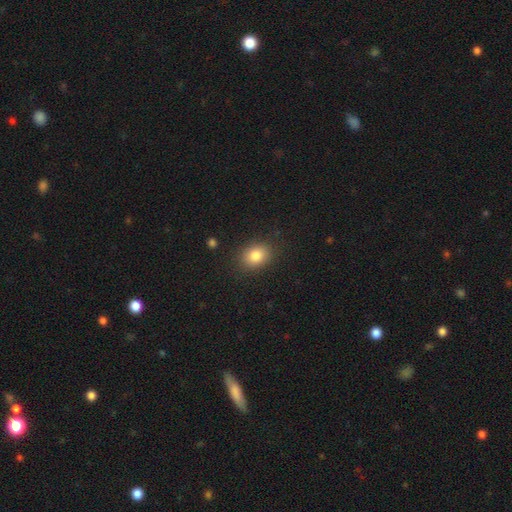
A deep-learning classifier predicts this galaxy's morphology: Smooth or featured?
  - smooth: 83% *
  - star or artifact: 10%
  - featured or disk: 7%
How rounded?
  - in between: 60% *
  - round: 39%
  - cigar-shaped: 1%
Merging?
  - none: 86% *
  - minor disturbance: 10%
  - major disturbance: 3%
  - merger: 1%